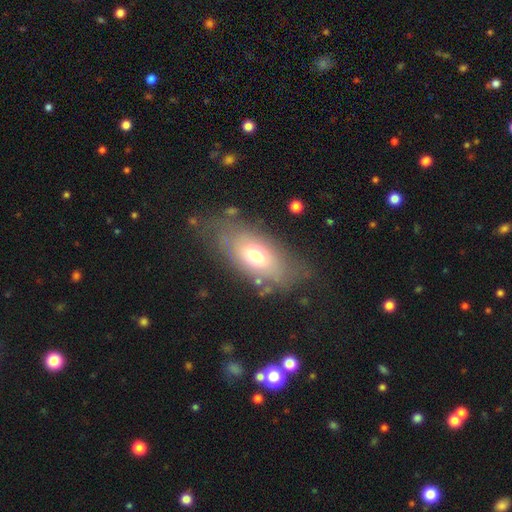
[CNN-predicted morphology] Q: Smooth or featured?
A: smooth (57%); runner-up: featured or disk (34%)
Q: How rounded?
A: in between (86%); runner-up: cigar-shaped (8%)
Q: Merging?
A: none (67%); runner-up: minor disturbance (20%)